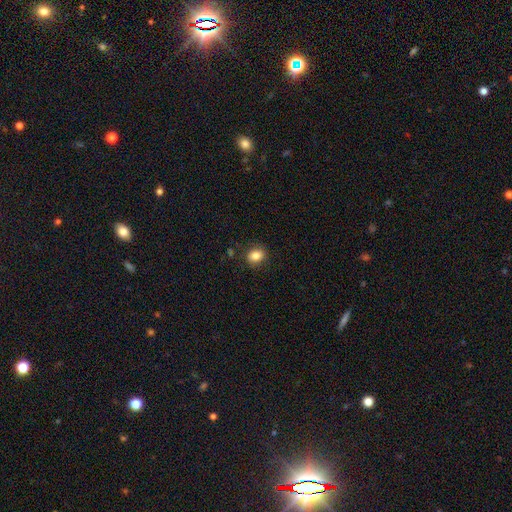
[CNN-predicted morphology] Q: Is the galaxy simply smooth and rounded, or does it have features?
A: smooth — 84%.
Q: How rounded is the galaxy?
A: in between — 57%.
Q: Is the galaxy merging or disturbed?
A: none — 85%.